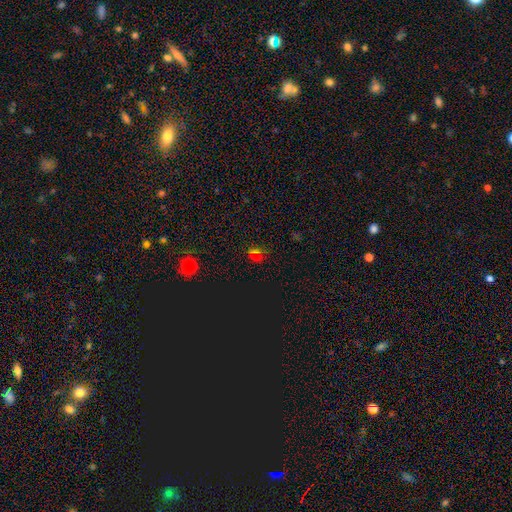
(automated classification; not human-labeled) Overall: star or artifact (53%; smooth 39%).